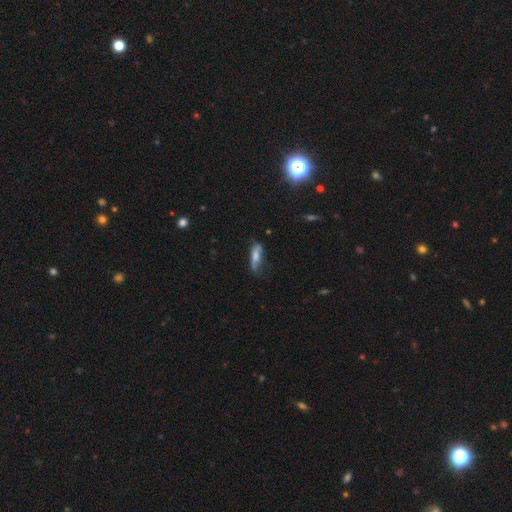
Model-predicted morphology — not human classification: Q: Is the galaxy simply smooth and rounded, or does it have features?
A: smooth — 56%.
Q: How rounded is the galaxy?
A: cigar-shaped — 54%.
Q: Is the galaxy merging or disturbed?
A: none — 49%.